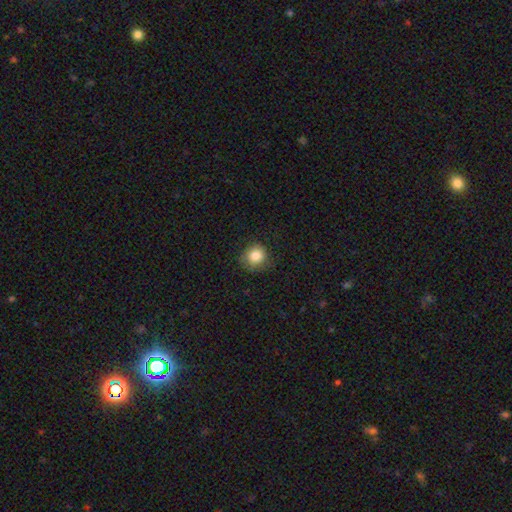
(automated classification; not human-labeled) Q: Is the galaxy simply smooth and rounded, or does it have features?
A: smooth — 83%.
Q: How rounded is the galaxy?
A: round — 87%.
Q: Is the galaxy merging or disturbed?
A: none — 79%.